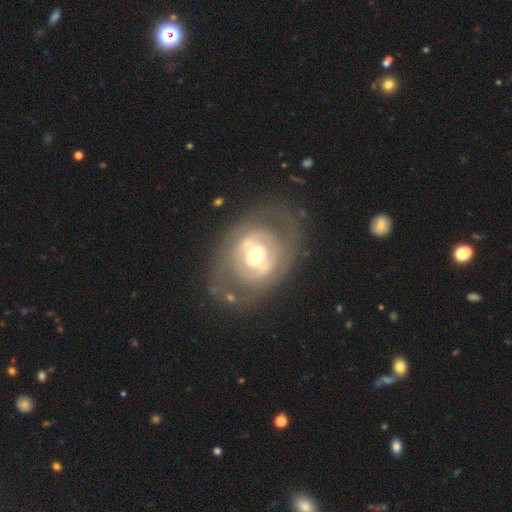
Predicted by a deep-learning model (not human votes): Smooth or featured?
  - featured or disk: 69% *
  - smooth: 25%
  - star or artifact: 6%
Edge-on disk?
  - no: 94% *
  - yes: 6%
Bar?
  - no: 41% *
  - weak: 33%
  - strong: 26%
Spiral arms?
  - no: 69% *
  - yes: 31%
Bulge size?
  - moderate: 68% *
  - large: 16%
  - small: 14%
  - dominant: 2%
  - none: 1%
Merging?
  - none: 72% *
  - minor disturbance: 15%
  - major disturbance: 11%
  - merger: 2%